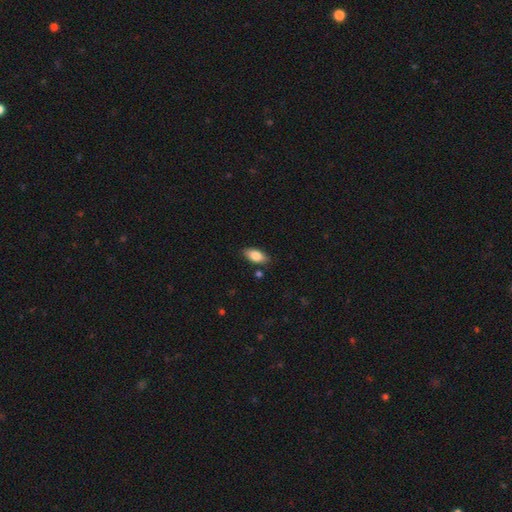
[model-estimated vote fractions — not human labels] smooth-or-featured: smooth: 84% | featured or disk: 9% | star or artifact: 7%
  how-rounded: in between: 90% | cigar-shaped: 7% | round: 3%
  merging: none: 84% | minor disturbance: 11% | merger: 3% | major disturbance: 2%